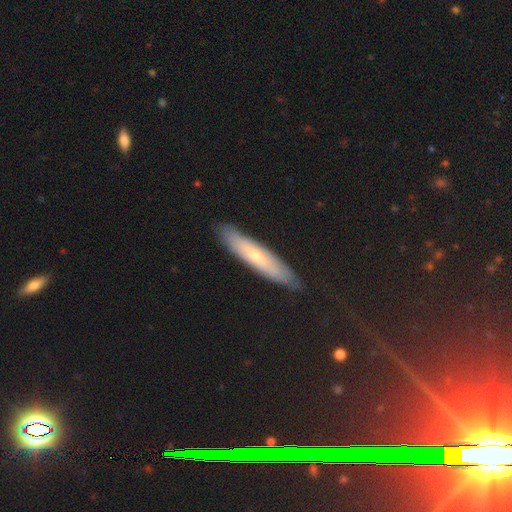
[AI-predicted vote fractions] Q: Smooth or featured?
A: smooth (47%); runner-up: featured or disk (44%)
Q: Merging?
A: none (88%); runner-up: minor disturbance (9%)